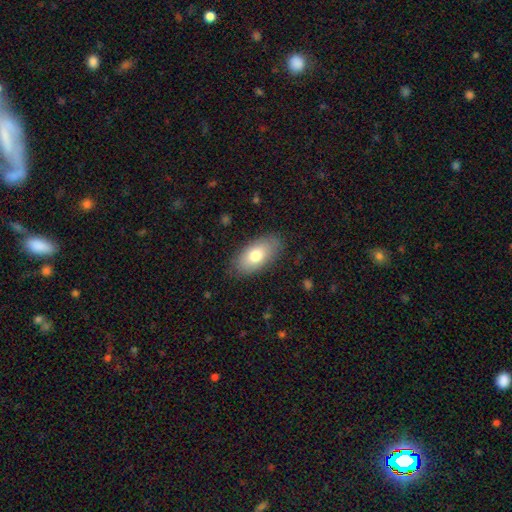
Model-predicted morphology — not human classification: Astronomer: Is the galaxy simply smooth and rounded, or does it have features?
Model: smooth — 75%.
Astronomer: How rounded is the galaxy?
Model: in between — 93%.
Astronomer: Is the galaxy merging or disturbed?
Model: none — 83%.